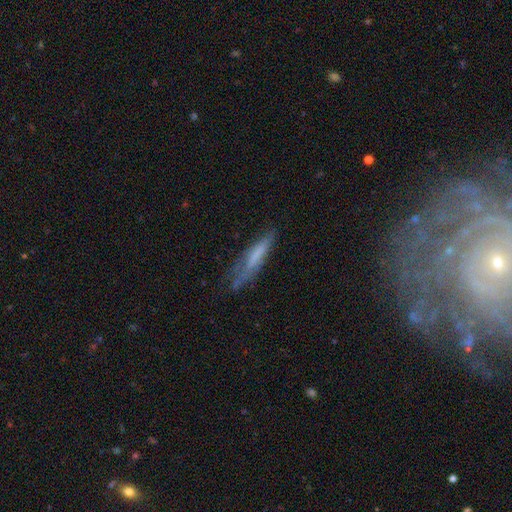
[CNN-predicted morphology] Smooth or featured? Predicted: smooth (p=0.55). How rounded? Predicted: cigar-shaped (p=0.85). Merging? Predicted: none (p=0.55).